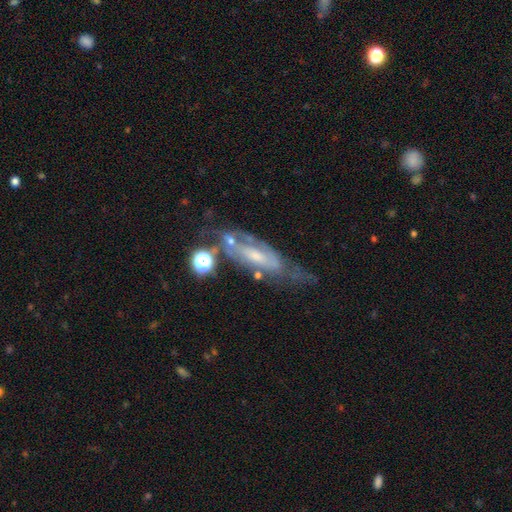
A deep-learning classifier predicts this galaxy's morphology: Smooth or featured?
  - featured or disk: 73% *
  - smooth: 17%
  - star or artifact: 10%
Edge-on disk?
  - no: 76% *
  - yes: 24%
Bar?
  - no: 46% *
  - weak: 38%
  - strong: 16%
Spiral arms?
  - yes: 77% *
  - no: 23%
Bulge size?
  - small: 53% *
  - moderate: 33%
  - none: 9%
  - large: 4%
  - dominant: 1%
Merging?
  - none: 49% *
  - minor disturbance: 24%
  - major disturbance: 18%
  - merger: 9%